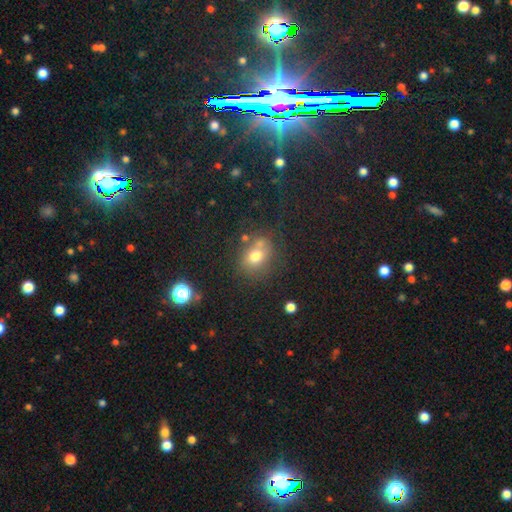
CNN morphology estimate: type=smooth (71%); roundness=round (59%); merging=none (61%).